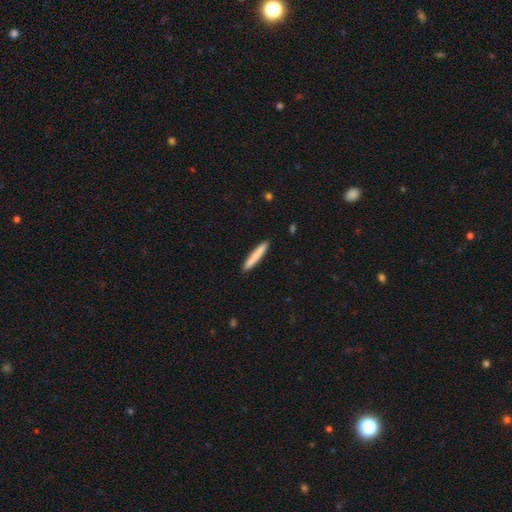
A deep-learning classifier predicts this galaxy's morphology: The model was most divided on "smooth or featured": smooth: 80%, featured or disk: 14%, star or artifact: 6%. More confident: how rounded — cigar-shaped (95%); merging — none (91%).